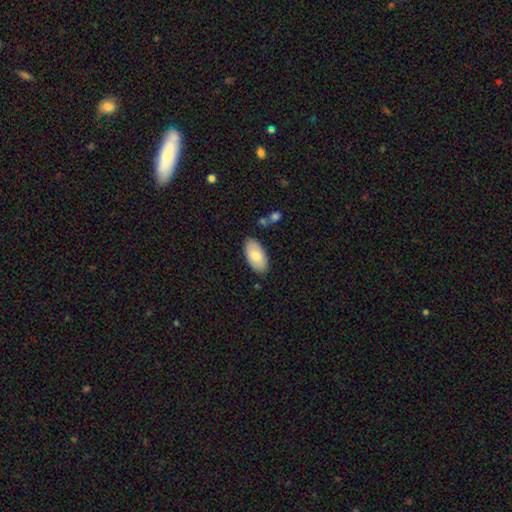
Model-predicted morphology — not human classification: This appears to be a smooth galaxy with no disk features (78%) that is in between round and cigar-shaped (95%). Merging: none (84%).